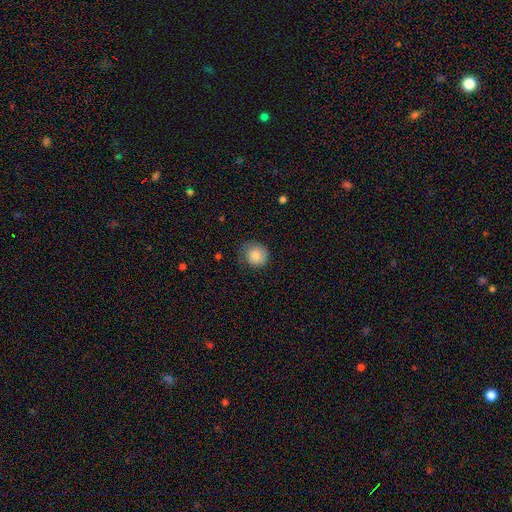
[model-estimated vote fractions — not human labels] The model was most divided on "merging": none: 69%, minor disturbance: 23%, major disturbance: 7%, merger: 1%. More confident: how rounded — round (86%); smooth or featured — smooth (86%).